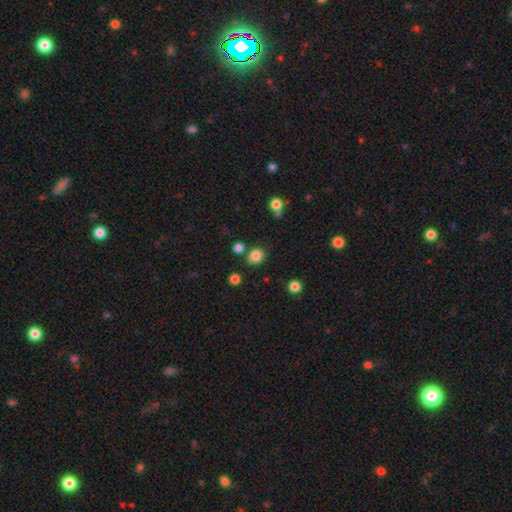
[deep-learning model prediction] This appears to be a smooth galaxy with no disk features (83%) that is round (64%). Merging: none (78%).